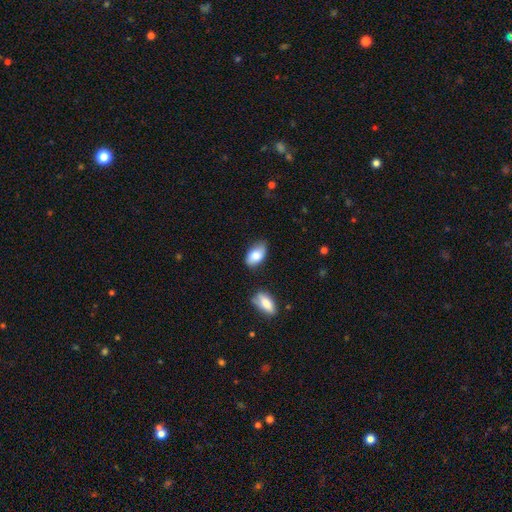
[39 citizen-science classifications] A smooth galaxy with no disk features (87%) that is in between round and cigar-shaped (97%). Merging: none (58%).